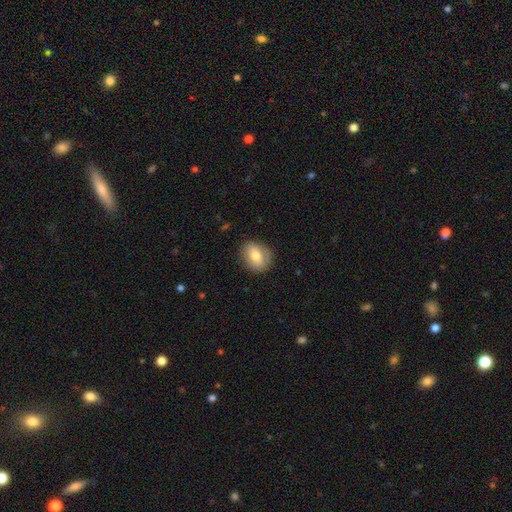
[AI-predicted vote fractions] A smooth galaxy with no disk features (69%) that is in between round and cigar-shaped (55%). Merging: none (83%).